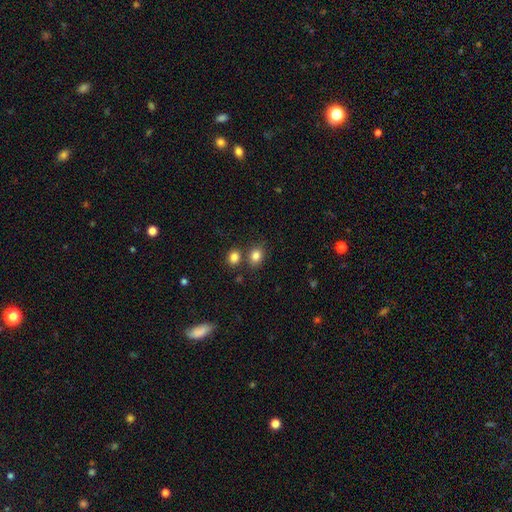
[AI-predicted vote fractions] Morphology: type=smooth (83%); roundness=round (51%); merging=none (68%).